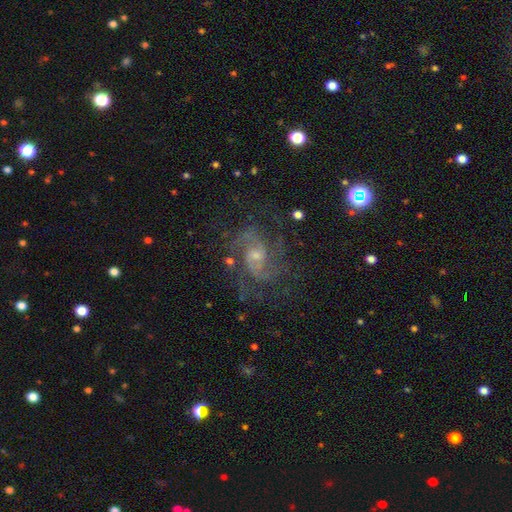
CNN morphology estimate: The model was most divided on "bar": no: 48%, weak: 43%, strong: 9%. More confident: edge-on disk — no (97%); spiral arms — yes (96%); smooth or featured — featured or disk (83%); merging — none (72%); spiral arm count — 2 (57%); bulge size — small (56%); spiral winding — medium (52%).